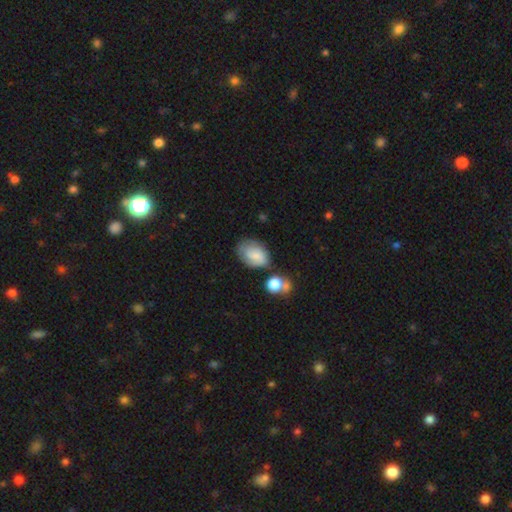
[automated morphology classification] Smooth or featured?
  - smooth: 65% *
  - featured or disk: 26%
  - star or artifact: 9%
How rounded?
  - in between: 80% *
  - round: 19%
  - cigar-shaped: 1%
Merging?
  - none: 55% *
  - minor disturbance: 26%
  - major disturbance: 10%
  - merger: 9%